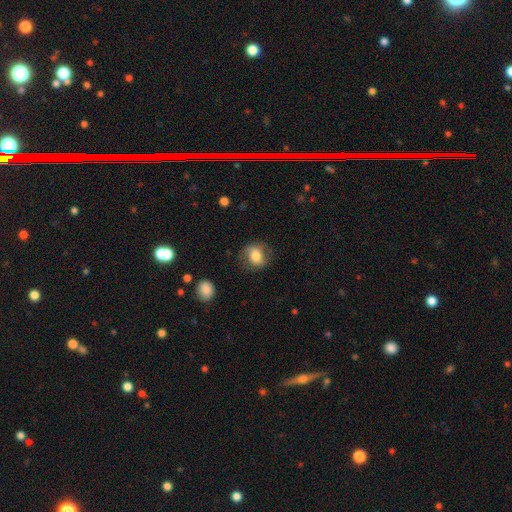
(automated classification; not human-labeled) smooth-or-featured: smooth: 59% | featured or disk: 33% | star or artifact: 8%
  how-rounded: round: 57% | in between: 42% | cigar-shaped: 1%
  merging: none: 65% | minor disturbance: 22% | major disturbance: 11% | merger: 2%